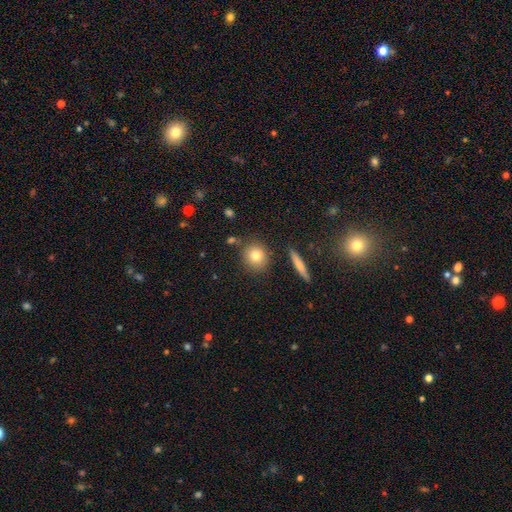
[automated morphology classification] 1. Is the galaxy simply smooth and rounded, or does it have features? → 78% smooth, 12% featured or disk, 10% star or artifact.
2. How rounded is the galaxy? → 84% round, 14% in between, 2% cigar-shaped.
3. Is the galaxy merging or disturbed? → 82% none, 9% minor disturbance, 6% merger, 3% major disturbance.